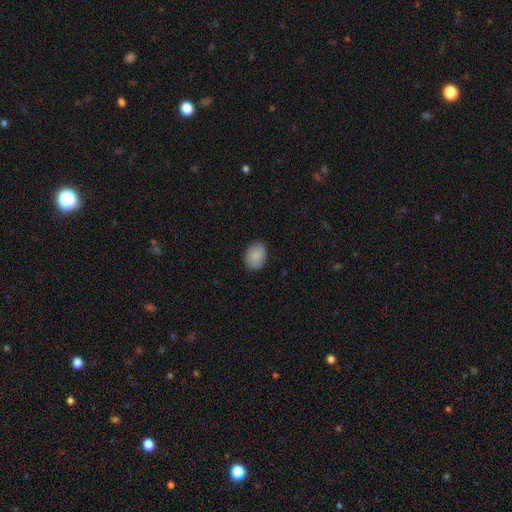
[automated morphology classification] smooth 88%, star or artifact 7%, featured or disk 5%. Down the decision tree: how rounded — in between (71%); merging — none (86%).